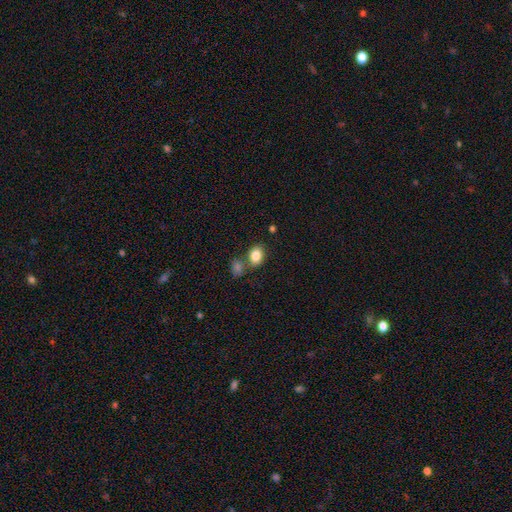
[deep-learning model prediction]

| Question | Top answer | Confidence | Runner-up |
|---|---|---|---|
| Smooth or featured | smooth | 85% | star or artifact (9%) |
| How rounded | in between | 68% | round (31%) |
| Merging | none | 63% | merger (21%) |